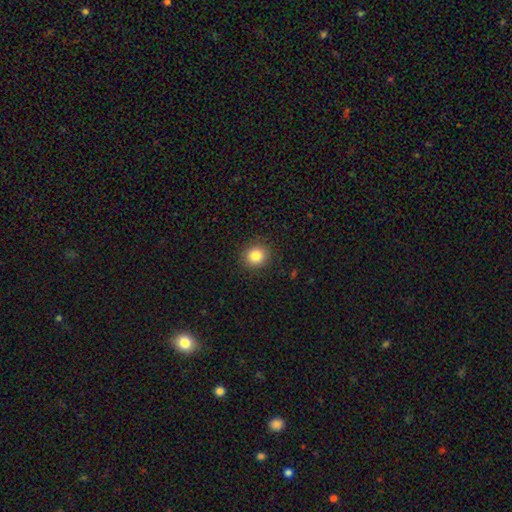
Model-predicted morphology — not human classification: Smooth or featured: smooth — 84% (star or artifact — 10%)
How rounded: round — 87% (in between — 12%)
Merging: none — 90% (minor disturbance — 7%)